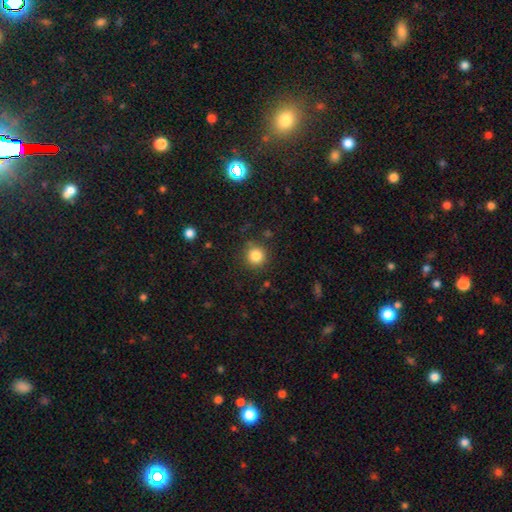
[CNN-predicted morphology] A smooth galaxy with no disk features (84%) that is round (94%). Merging: none (86%).